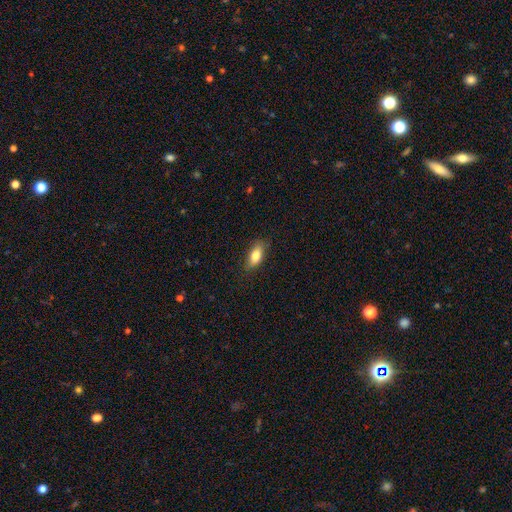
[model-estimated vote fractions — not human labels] Smooth or featured: smooth — 80% (featured or disk — 12%)
How rounded: in between — 82% (cigar-shaped — 13%)
Merging: none — 81% (minor disturbance — 15%)